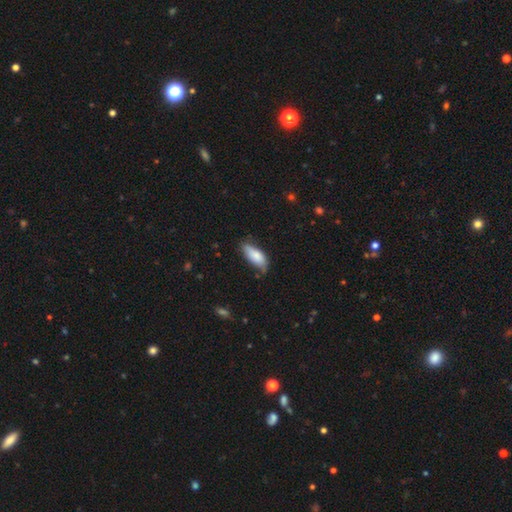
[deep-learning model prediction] A smooth galaxy with no disk features (81%) that is in between round and cigar-shaped (78%). Merging: none (62%).